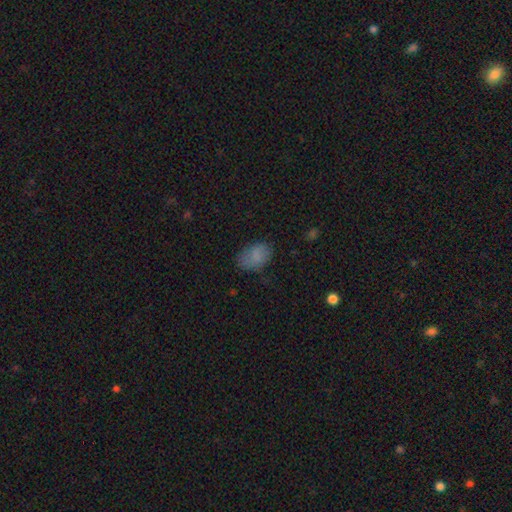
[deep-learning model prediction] The model was most divided on "merging": none: 69%, minor disturbance: 23%, major disturbance: 7%, merger: 2%. More confident: how rounded — in between (89%); smooth or featured — smooth (80%).